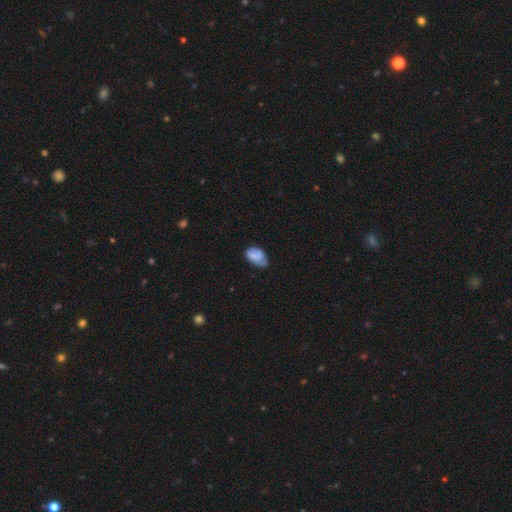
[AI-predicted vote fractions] smooth_or_featured: smooth (p=0.72) [alt: featured or disk p=0.19]
how_rounded: in between (p=0.89) [alt: round p=0.10]
merging: none (p=0.51) [alt: minor disturbance p=0.37]